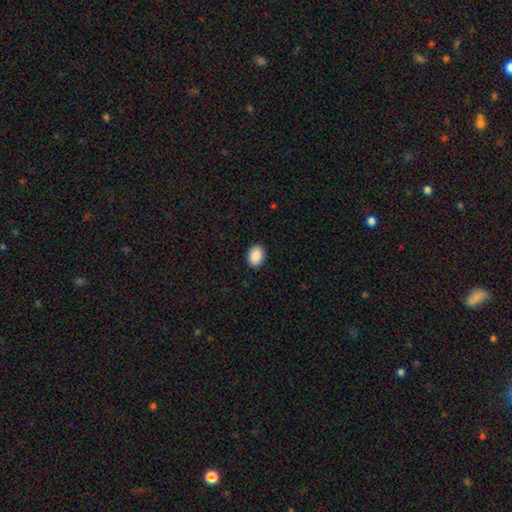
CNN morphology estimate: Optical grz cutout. It shows a smooth galaxy with no disk features (90%) that is in between round and cigar-shaped (75%). Merging: none (91%).